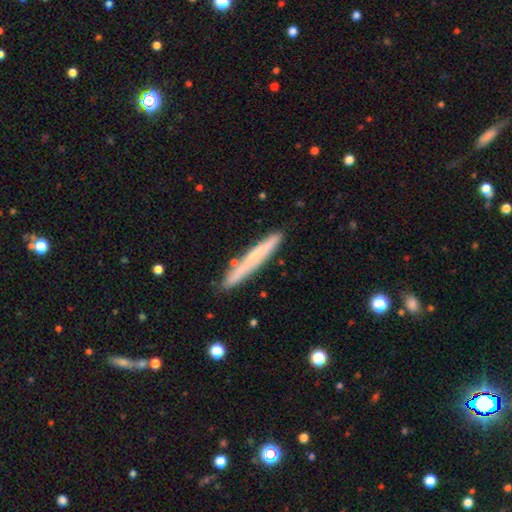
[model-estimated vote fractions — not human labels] Smooth or featured?
  - smooth: 52% *
  - featured or disk: 42%
  - star or artifact: 6%
How rounded?
  - cigar-shaped: 96% *
  - in between: 3%
  - round: 1%
Merging?
  - none: 84% *
  - minor disturbance: 11%
  - merger: 4%
  - major disturbance: 2%